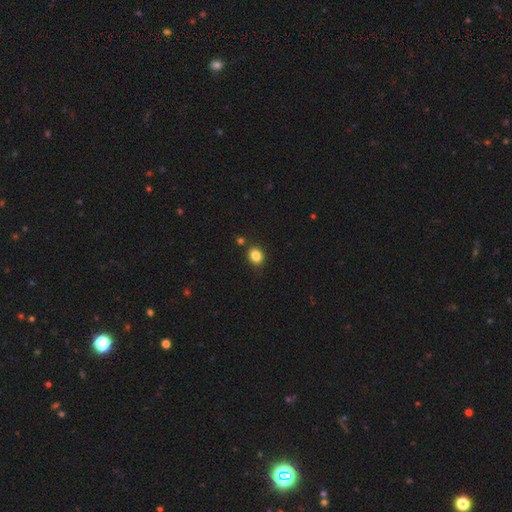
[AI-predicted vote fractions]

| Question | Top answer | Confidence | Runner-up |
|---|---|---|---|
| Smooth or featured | smooth | 85% | star or artifact (10%) |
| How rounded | round | 52% | in between (47%) |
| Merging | none | 81% | minor disturbance (11%) |